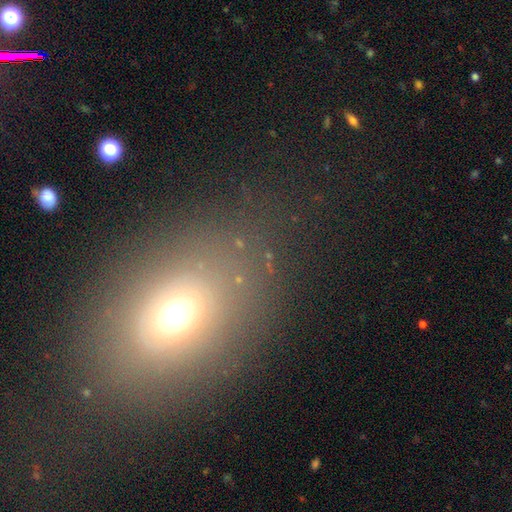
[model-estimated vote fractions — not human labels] Smooth or featured: smooth — 58% (star or artifact — 22%)
How rounded: in between — 64% (round — 35%)
Merging: none — 78% (minor disturbance — 12%)